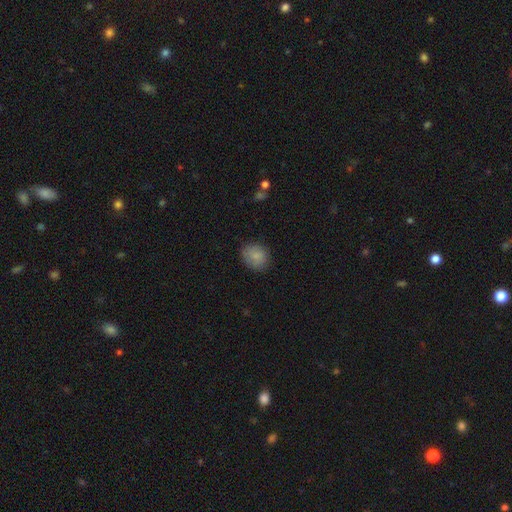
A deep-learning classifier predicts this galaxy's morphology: Smooth or featured: smooth — 84% (featured or disk — 8%)
How rounded: round — 58% (in between — 41%)
Merging: none — 80% (minor disturbance — 15%)